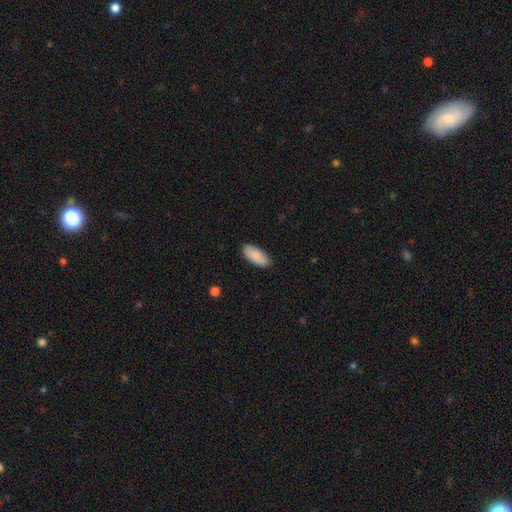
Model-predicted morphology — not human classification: Smooth or featured? smooth (89%)
How rounded? in between (88%)
Merging? none (87%)